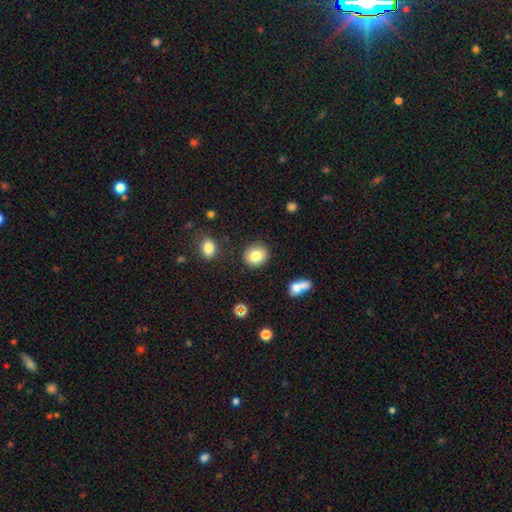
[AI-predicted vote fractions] Smooth or featured?
  - smooth: 81% *
  - star or artifact: 9%
  - featured or disk: 9%
How rounded?
  - round: 78% *
  - in between: 21%
  - cigar-shaped: 1%
Merging?
  - none: 86% *
  - minor disturbance: 8%
  - merger: 3%
  - major disturbance: 2%